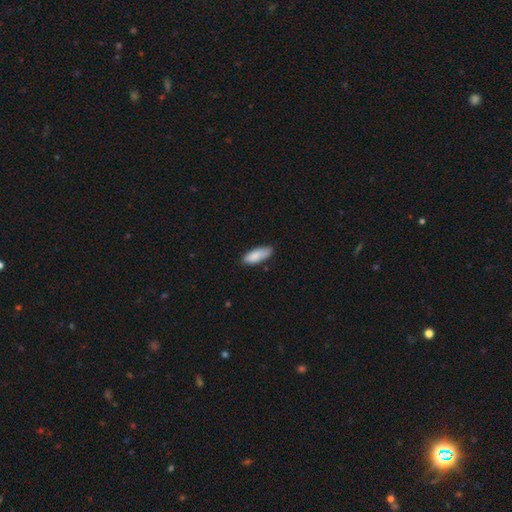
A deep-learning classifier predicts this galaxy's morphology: smooth_or_featured: smooth (p=0.87) [alt: featured or disk p=0.07]
how_rounded: in between (p=0.71) [alt: cigar-shaped p=0.27]
merging: none (p=0.76) [alt: minor disturbance p=0.20]